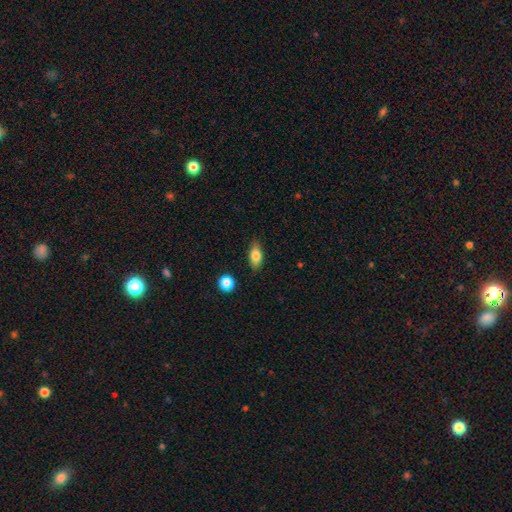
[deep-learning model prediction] The model was most divided on "smooth or featured": smooth: 80%, featured or disk: 12%, star or artifact: 8%. More confident: how rounded — in between (84%); merging — none (84%).